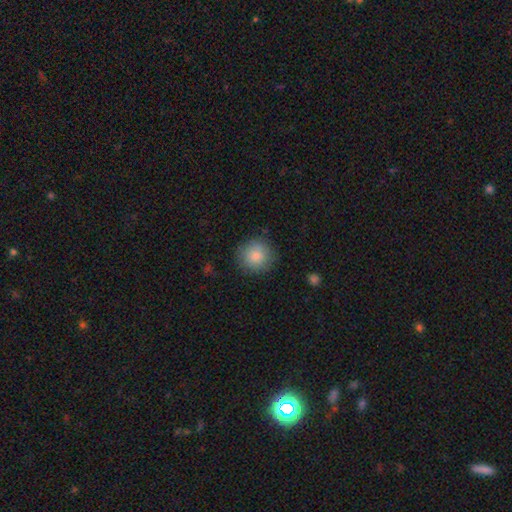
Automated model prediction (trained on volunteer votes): Smooth or featured: smooth — 86% (star or artifact — 8%)
How rounded: round — 93% (in between — 6%)
Merging: none — 86% (minor disturbance — 10%)